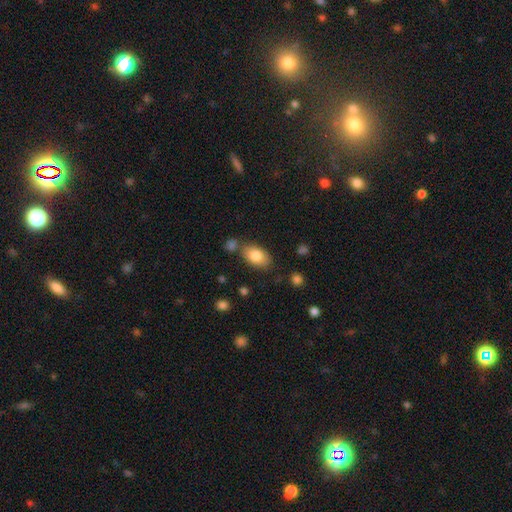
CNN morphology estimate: Smooth or featured: smooth — 82% (featured or disk — 11%)
How rounded: in between — 91% (round — 7%)
Merging: none — 71% (minor disturbance — 15%)